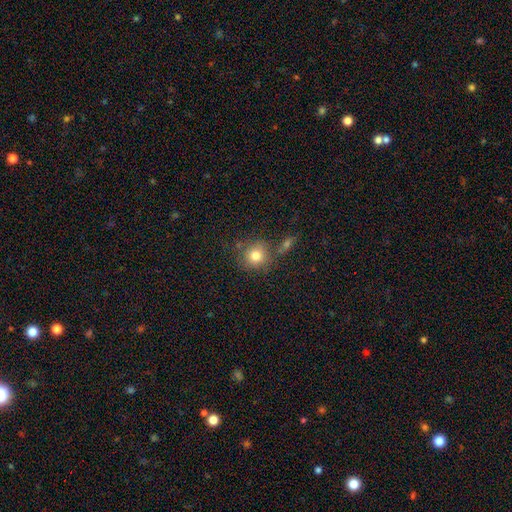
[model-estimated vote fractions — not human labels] This is likely a smooth galaxy (79%). How rounded: clearly round (85%). Merging: likely none (69%).